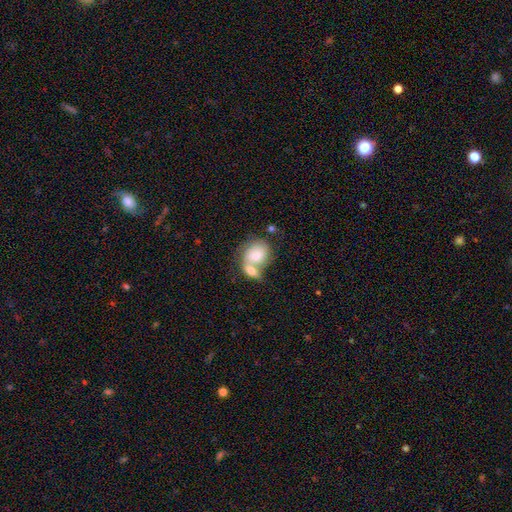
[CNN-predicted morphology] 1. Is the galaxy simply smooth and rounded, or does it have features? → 73% smooth, 21% featured or disk, 6% star or artifact.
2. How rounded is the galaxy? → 55% in between, 44% round, 2% cigar-shaped.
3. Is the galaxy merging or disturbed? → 64% merger, 22% none, 9% minor disturbance, 5% major disturbance.